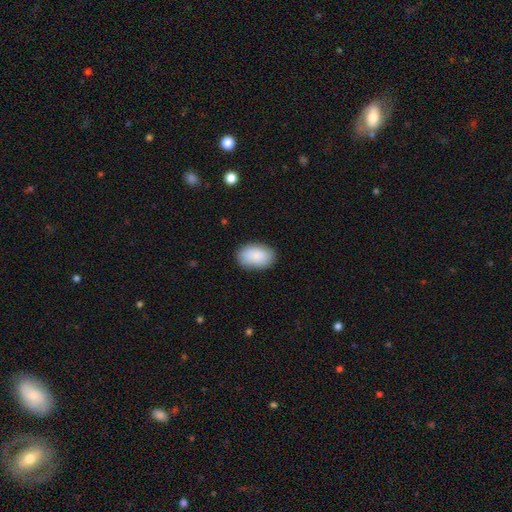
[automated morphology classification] type=smooth (89%); roundness=in between (91%); merging=none (86%).